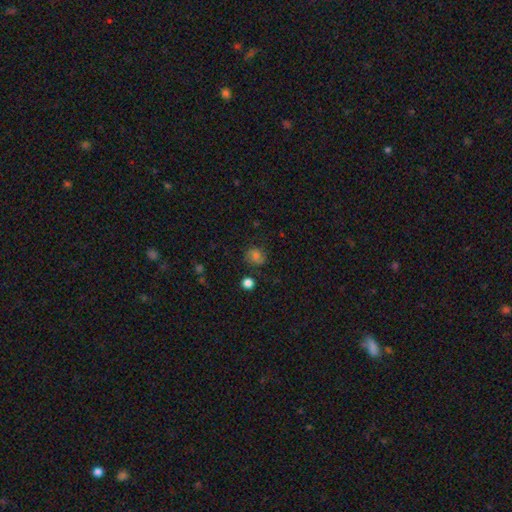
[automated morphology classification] smooth_or_featured: smooth (p=0.61) [alt: featured or disk p=0.23]
how_rounded: round (p=0.72) [alt: in between p=0.27]
merging: none (p=0.71) [alt: minor disturbance p=0.19]